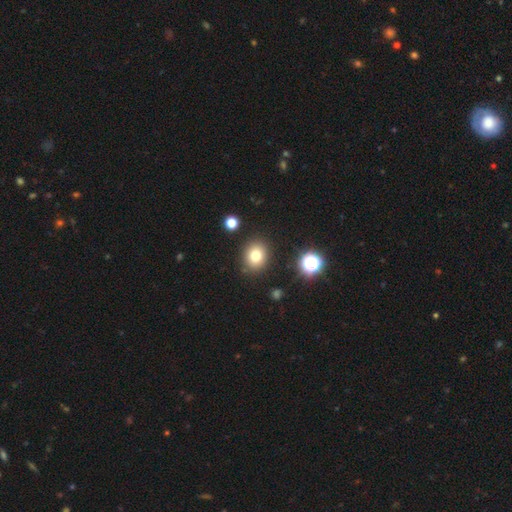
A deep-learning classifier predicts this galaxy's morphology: The model was most divided on "how rounded": round: 69%, in between: 30%, cigar-shaped: 1%. More confident: merging — none (87%); smooth or featured — smooth (78%).